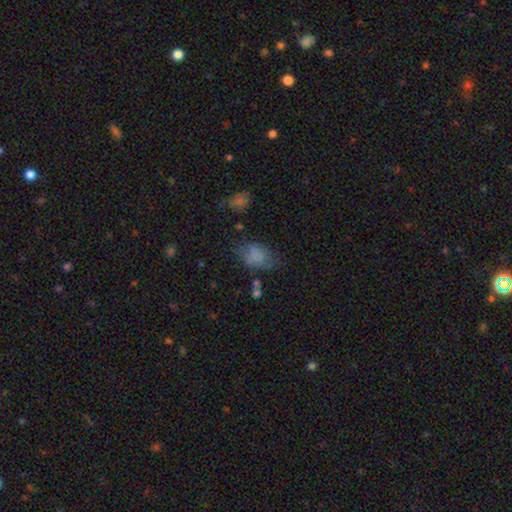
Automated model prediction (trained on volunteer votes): Smooth or featured: smooth — 76% (featured or disk — 12%)
How rounded: in between — 79% (round — 19%)
Merging: none — 53% (minor disturbance — 28%)